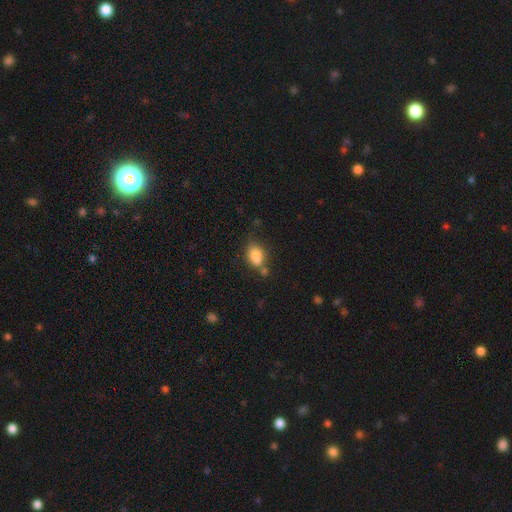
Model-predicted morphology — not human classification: Q: Smooth or featured?
A: smooth (81%); runner-up: star or artifact (10%)
Q: How rounded?
A: in between (79%); runner-up: round (18%)
Q: Merging?
A: none (46%); runner-up: minor disturbance (23%)